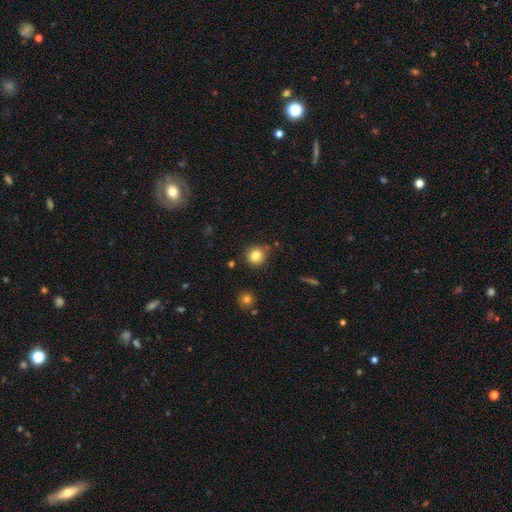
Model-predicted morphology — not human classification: smooth_or_featured: smooth (p=0.83) [alt: star or artifact p=0.11]
how_rounded: round (p=0.92) [alt: in between p=0.07]
merging: none (p=0.83) [alt: minor disturbance p=0.10]